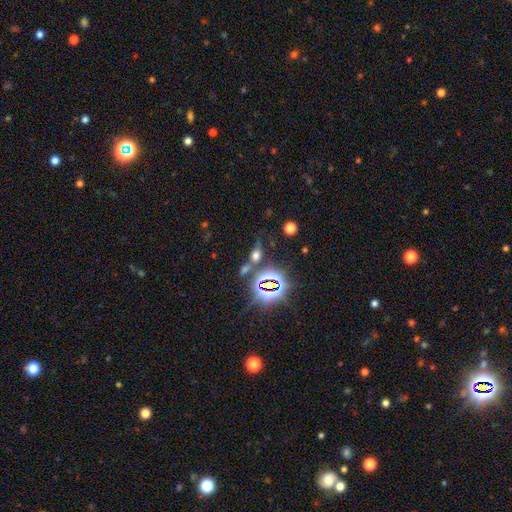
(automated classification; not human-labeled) Smooth or featured: smooth — 46% (star or artifact — 40%)
Merging: none — 65% (merger — 16%)